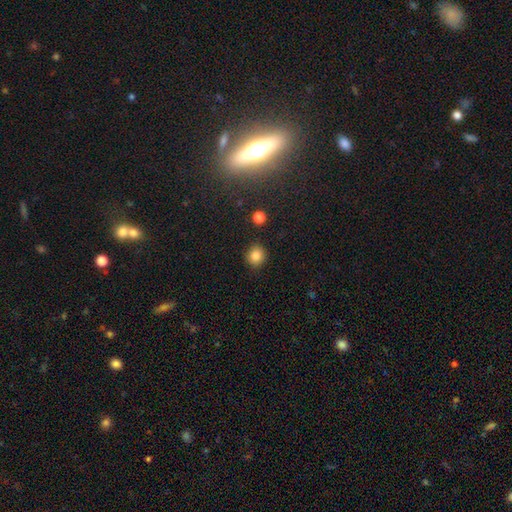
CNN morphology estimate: Smooth or featured? smooth (85%)
How rounded? round (86%)
Merging? none (88%)